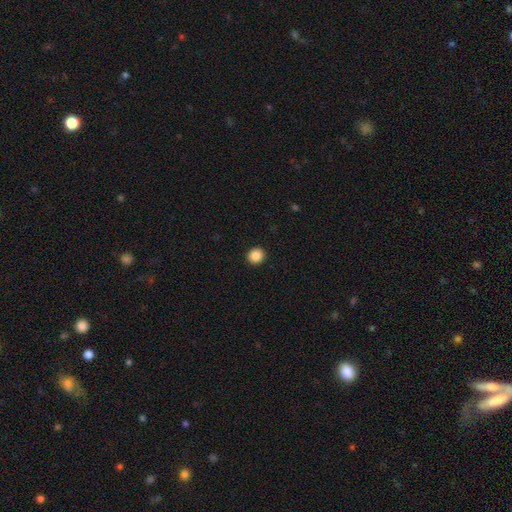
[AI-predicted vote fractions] Q: Smooth or featured?
A: smooth (87%); runner-up: star or artifact (9%)
Q: How rounded?
A: round (88%); runner-up: in between (11%)
Q: Merging?
A: none (93%); runner-up: minor disturbance (4%)